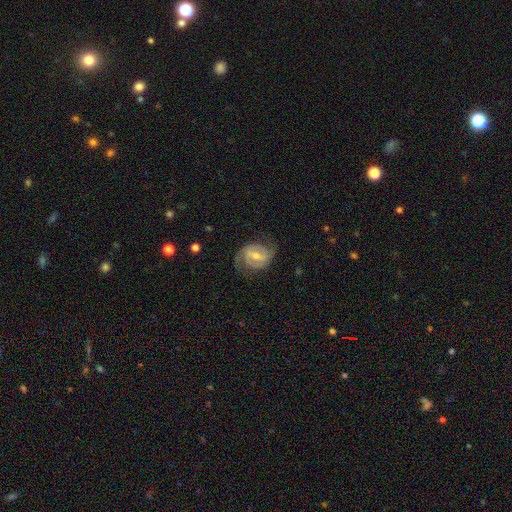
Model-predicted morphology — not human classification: Smooth or featured? featured or disk (81%)
Edge-on disk? no (97%)
Bar? weak (51%)
Spiral arms? yes (93%)
Spiral winding? medium (44%)
Spiral arm count? 2 (81%)
Bulge size? moderate (51%)
Merging? none (71%)